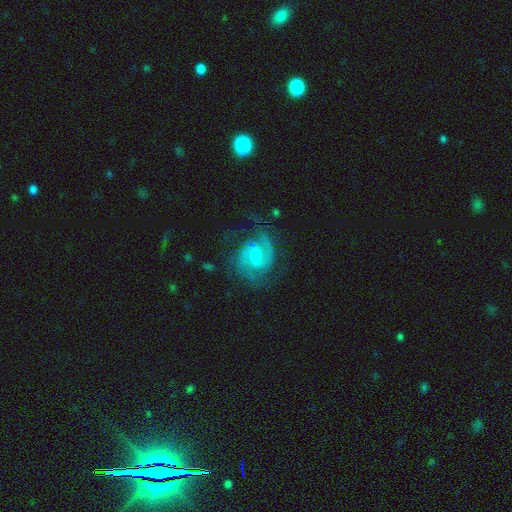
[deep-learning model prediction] A featured or disk galaxy (90%) with a weak bar (62%), 2 (80%) medium (53%) spiral arms (98%) and a small central bulge (50%).

Vote fractions:
- Smooth or featured? featured or disk: 90% / smooth: 6% / star or artifact: 5%
- Edge-on disk? no: 98% / yes: 2%
- Bar? weak: 62% / strong: 19% / no: 19%
- Spiral arms? yes: 98% / no: 2%
- Spiral winding? medium: 53% / tight: 36% / loose: 11%
- Spiral arm count? 2: 80% / 3: 9% / can't tell: 6% / 1: 2% / 4: 2% / more than 4: 2%
- Bulge size? small: 50% / moderate: 32% / none: 14% / large: 3% / dominant: 1%
- Merging? none: 71% / minor disturbance: 17% / major disturbance: 11% / merger: 2%